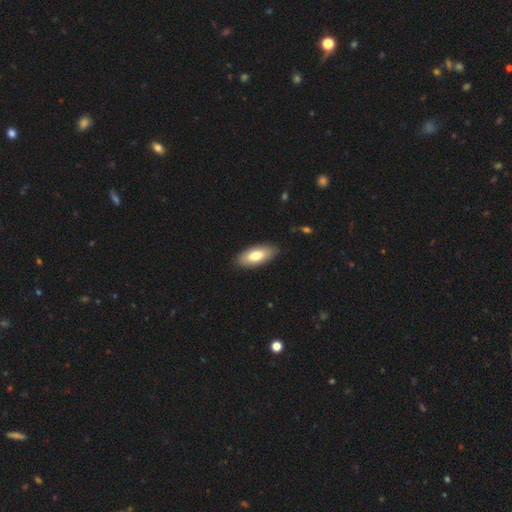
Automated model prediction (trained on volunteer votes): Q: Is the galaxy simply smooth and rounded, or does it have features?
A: smooth — 76%.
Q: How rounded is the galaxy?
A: in between — 86%.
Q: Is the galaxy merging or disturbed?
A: none — 88%.